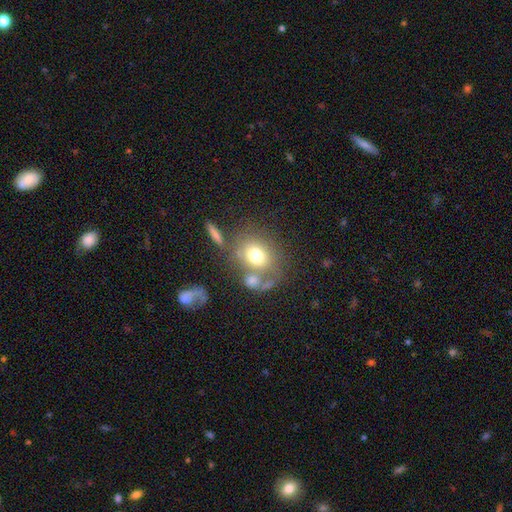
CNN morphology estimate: This appears to be a smooth galaxy with no disk features (70%) that is round (58%). Merging: none (50%).